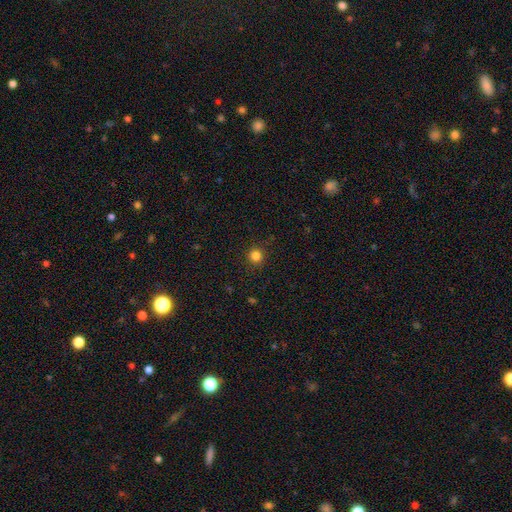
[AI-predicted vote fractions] smooth 83%, star or artifact 13%, featured or disk 4%. Down the decision tree: how rounded — round (94%); merging — none (90%).